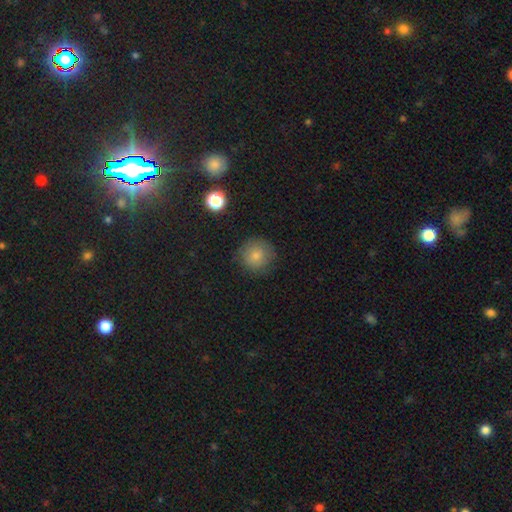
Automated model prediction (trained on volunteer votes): The model was most divided on "smooth or featured": smooth: 81%, star or artifact: 11%, featured or disk: 8%. More confident: how rounded — round (93%); merging — none (82%).